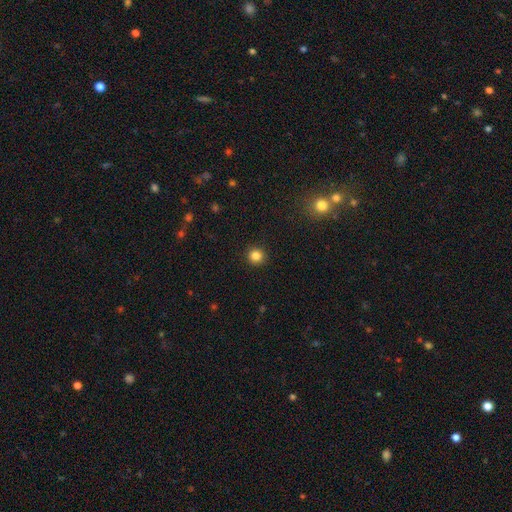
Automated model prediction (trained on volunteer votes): This appears to be a smooth galaxy with no disk features (84%) that is round (93%). Merging: none (92%).